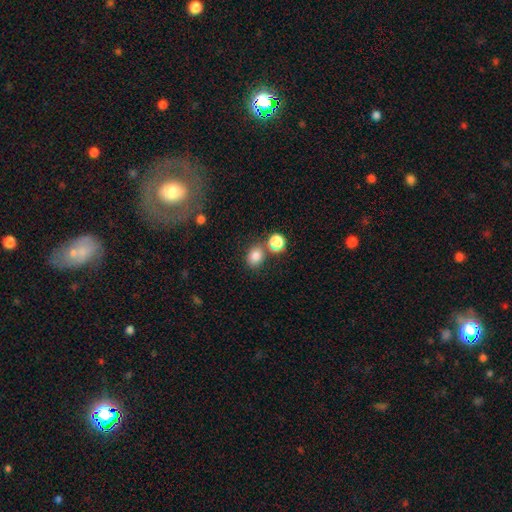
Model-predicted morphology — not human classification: Overall: smooth (81%). How rounded: round (56%; in between 43%). Merging: none (68%).